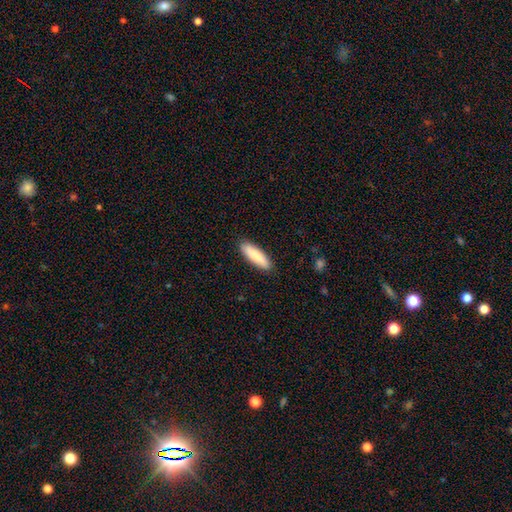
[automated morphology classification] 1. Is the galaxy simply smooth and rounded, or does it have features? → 85% smooth, 10% featured or disk, 5% star or artifact.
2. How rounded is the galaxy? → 59% cigar-shaped, 39% in between, 1% round.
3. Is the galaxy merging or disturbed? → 89% none, 8% minor disturbance, 2% major disturbance, 1% merger.